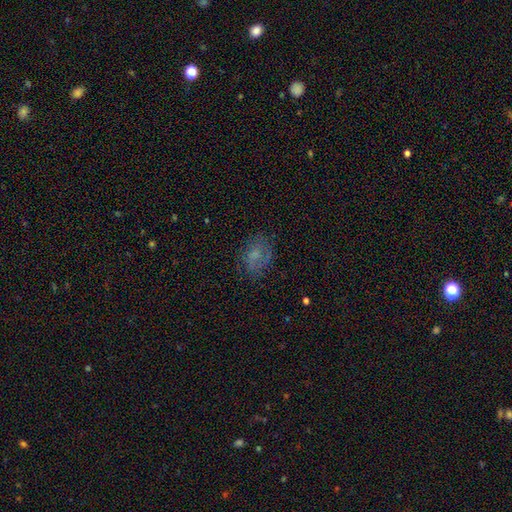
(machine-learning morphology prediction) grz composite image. It shows a smooth galaxy with no disk features (48%). Merging: none (64%).